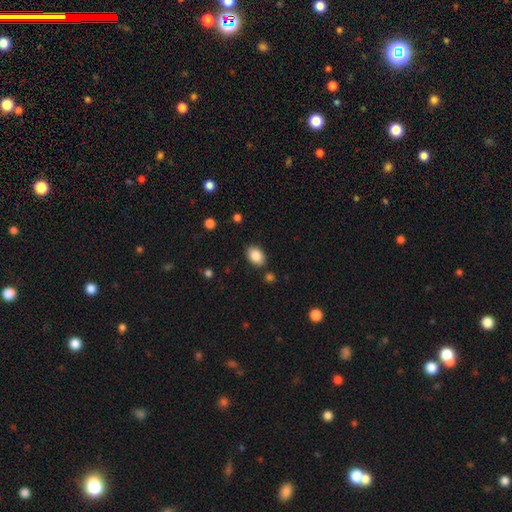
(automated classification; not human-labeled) Smooth or featured? Predicted: smooth (p=0.86). How rounded? Predicted: in between (p=0.82). Merging? Predicted: none (p=0.85).